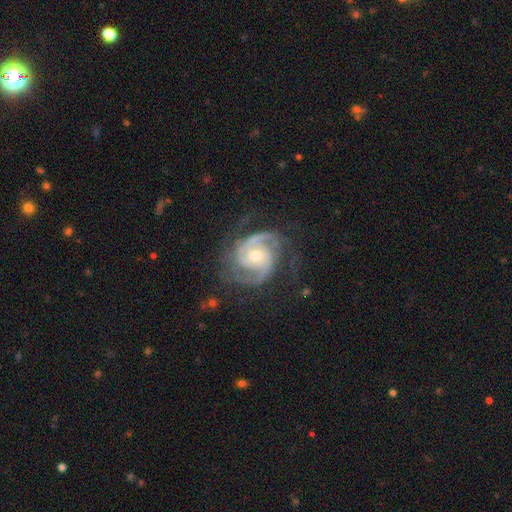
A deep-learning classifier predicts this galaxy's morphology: This appears to be a featured or disk galaxy (92%) with no bar (64%), 2 (57%) tight (53%) spiral arms (98%) and a moderate central bulge (58%). Merging: none (68%).